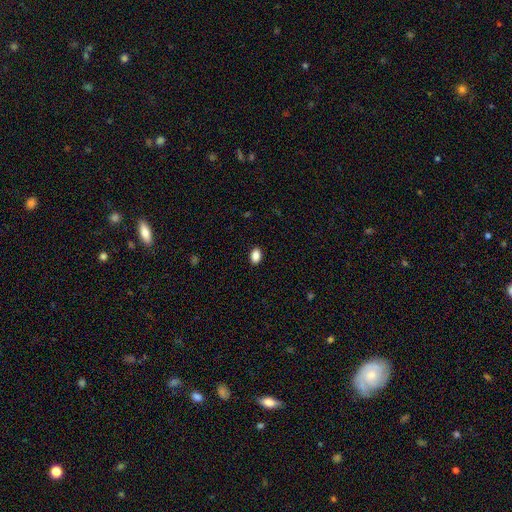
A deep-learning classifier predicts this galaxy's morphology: smooth 89%, star or artifact 8%, featured or disk 3%. Down the decision tree: how rounded — in between (88%); merging — none (90%).